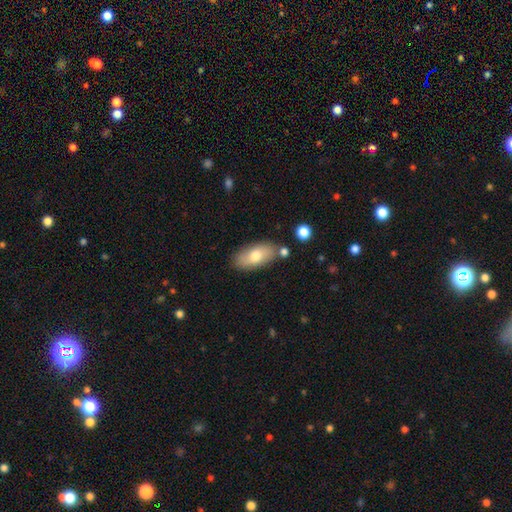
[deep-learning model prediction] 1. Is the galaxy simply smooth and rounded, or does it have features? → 73% smooth, 21% featured or disk, 7% star or artifact.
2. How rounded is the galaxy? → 91% in between, 5% cigar-shaped, 4% round.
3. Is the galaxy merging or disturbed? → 77% none, 13% minor disturbance, 7% merger, 3% major disturbance.